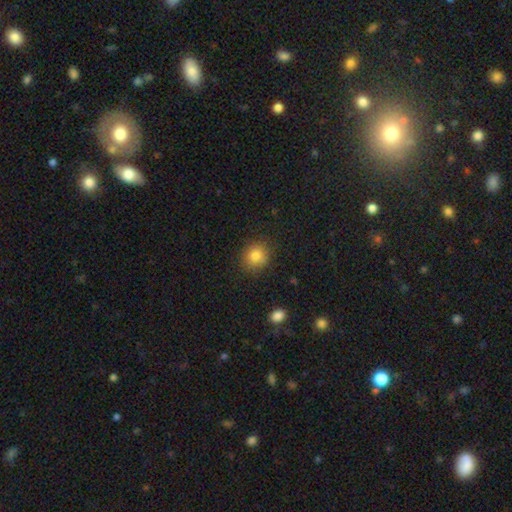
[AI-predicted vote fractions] smooth-or-featured: smooth: 83% | star or artifact: 11% | featured or disk: 6%
  how-rounded: round: 80% | in between: 19% | cigar-shaped: 1%
  merging: none: 84% | minor disturbance: 11% | major disturbance: 3% | merger: 1%